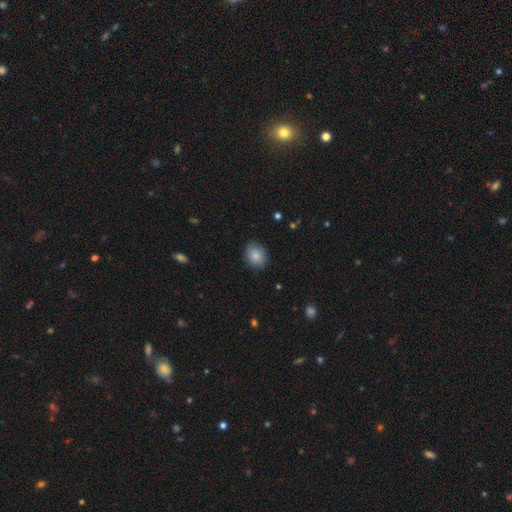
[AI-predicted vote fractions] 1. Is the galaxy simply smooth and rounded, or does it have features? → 83% smooth, 8% featured or disk, 8% star or artifact.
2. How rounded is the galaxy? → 53% in between, 46% round, 1% cigar-shaped.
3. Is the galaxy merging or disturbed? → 83% none, 13% minor disturbance, 3% major disturbance, 1% merger.